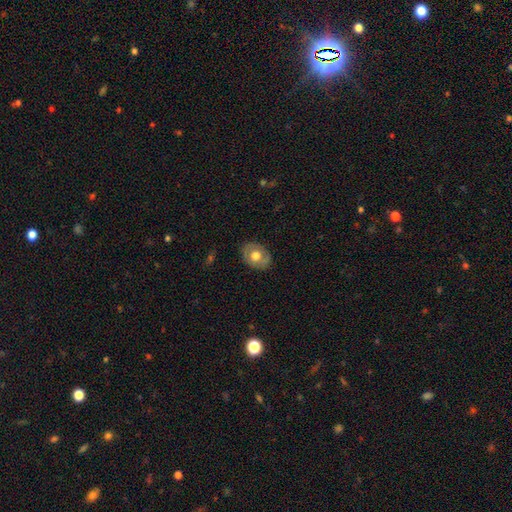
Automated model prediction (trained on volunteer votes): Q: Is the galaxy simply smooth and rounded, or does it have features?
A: smooth — 56%.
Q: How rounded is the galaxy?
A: in between — 60%.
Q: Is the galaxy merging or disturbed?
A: none — 81%.